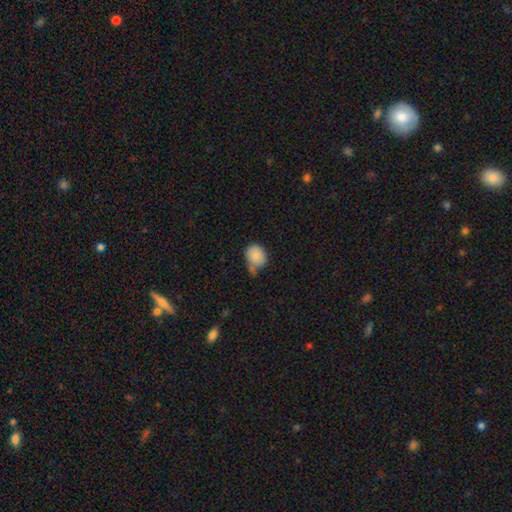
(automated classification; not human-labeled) The model was most divided on "merging": none: 43%, minor disturbance: 34%, merger: 13%, major disturbance: 11%. More confident: smooth or featured — smooth (85%); how rounded — round (55%).